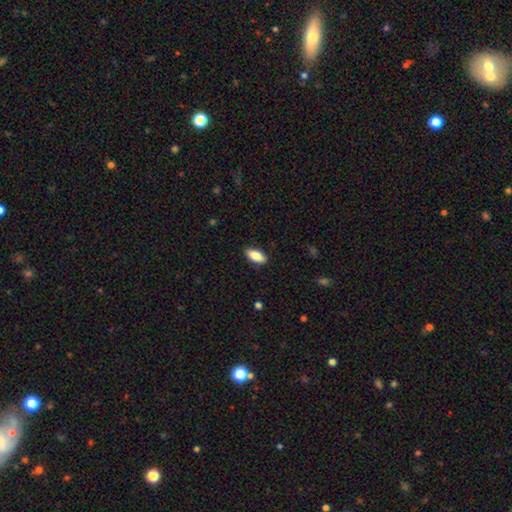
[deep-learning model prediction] Smooth or featured?
  - smooth: 82% *
  - featured or disk: 11%
  - star or artifact: 6%
How rounded?
  - in between: 86% *
  - cigar-shaped: 12%
  - round: 2%
Merging?
  - none: 88% *
  - minor disturbance: 9%
  - major disturbance: 2%
  - merger: 1%